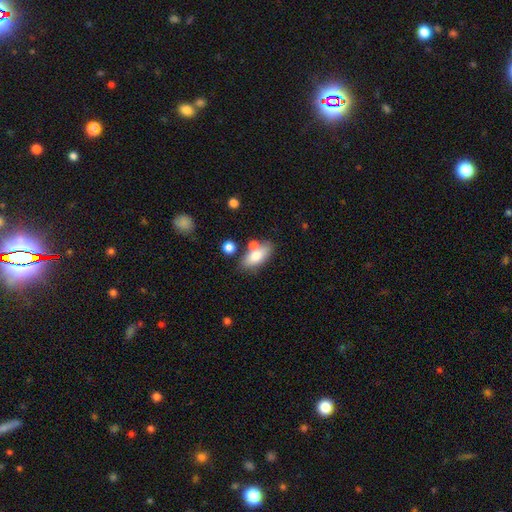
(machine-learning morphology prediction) type=smooth (74%); roundness=in between (83%); merging=none (62%).